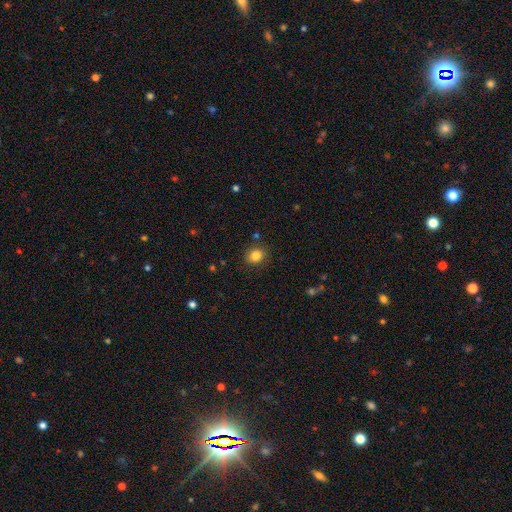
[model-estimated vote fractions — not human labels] Smooth or featured?
  - smooth: 84% *
  - star or artifact: 11%
  - featured or disk: 5%
How rounded?
  - round: 71% *
  - in between: 28%
  - cigar-shaped: 1%
Merging?
  - none: 87% *
  - minor disturbance: 8%
  - major disturbance: 3%
  - merger: 2%